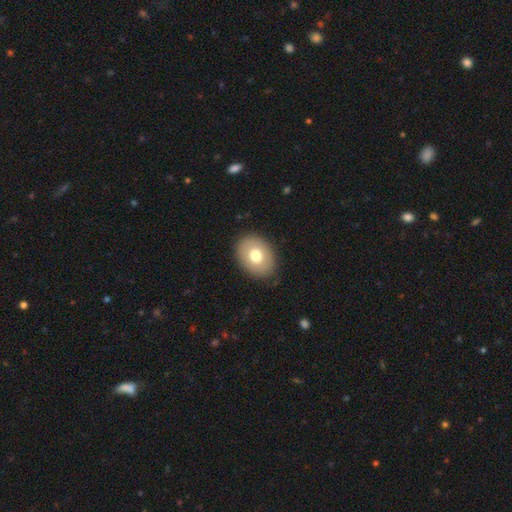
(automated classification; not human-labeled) Smooth or featured?
  - smooth: 72% *
  - featured or disk: 20%
  - star or artifact: 7%
How rounded?
  - in between: 70% *
  - round: 29%
  - cigar-shaped: 1%
Merging?
  - none: 87% *
  - minor disturbance: 10%
  - major disturbance: 3%
  - merger: 1%